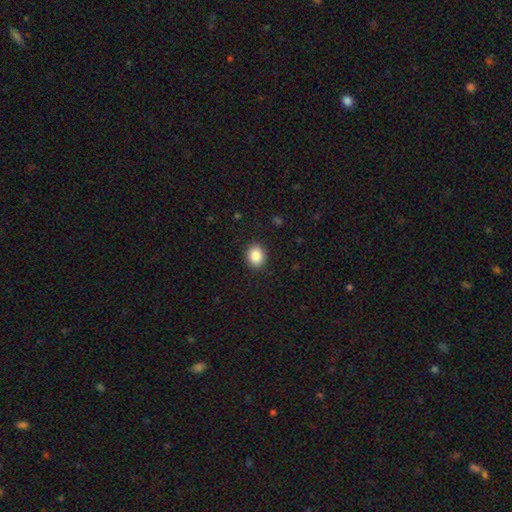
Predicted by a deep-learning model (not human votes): Smooth or featured: smooth — 87% (star or artifact — 9%)
How rounded: round — 61% (in between — 39%)
Merging: none — 90% (minor disturbance — 7%)